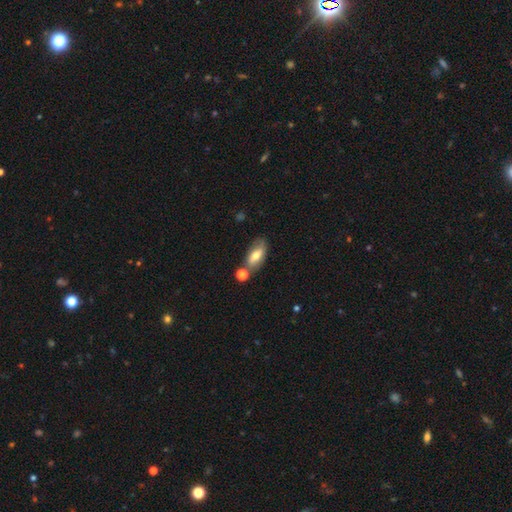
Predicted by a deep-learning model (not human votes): Morphology: type=smooth (64%); roundness=in between (84%); merging=none (64%).